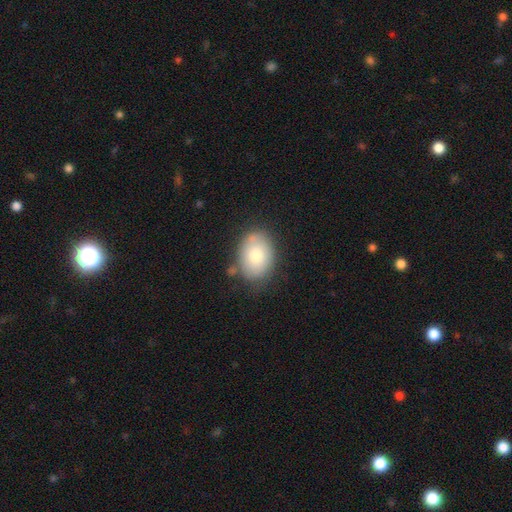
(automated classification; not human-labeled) smooth 75%, featured or disk 17%, star or artifact 8%. Down the decision tree: how rounded — in between (74%); merging — none (74%).